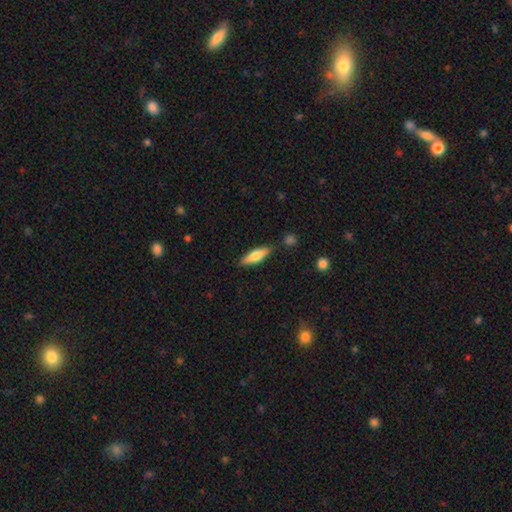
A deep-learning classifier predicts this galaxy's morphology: Smooth or featured? smooth (65%)
How rounded? cigar-shaped (55%)
Merging? none (81%)